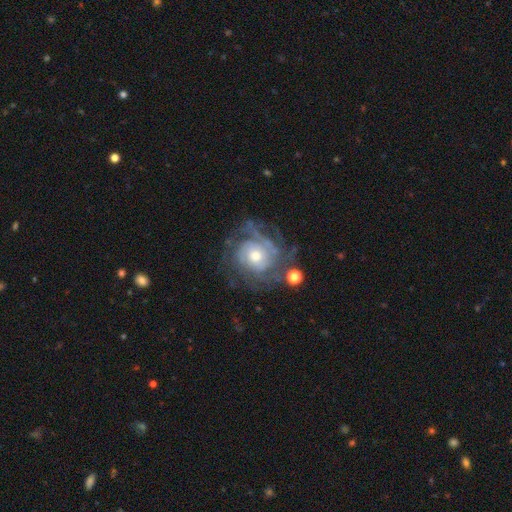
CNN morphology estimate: type=featured or disk (83%); edge-on=no (97%); bar=no (79%); spiral arms=yes (91%); winding=tight (67%); arm count=can't tell (43%); bulge=moderate (62%); merging=none (66%).